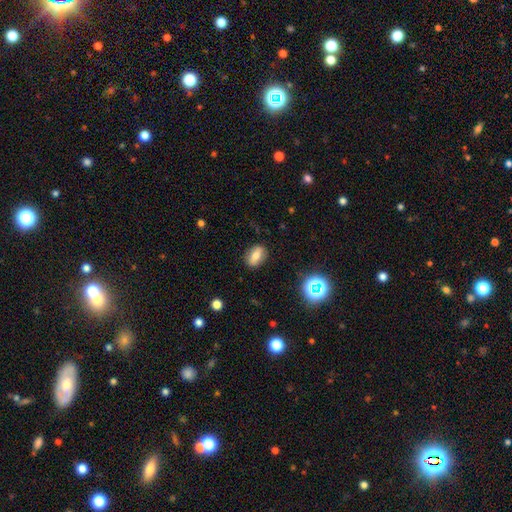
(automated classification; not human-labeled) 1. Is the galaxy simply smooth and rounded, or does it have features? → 68% smooth, 20% featured or disk, 12% star or artifact.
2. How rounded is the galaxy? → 79% in between, 16% round, 5% cigar-shaped.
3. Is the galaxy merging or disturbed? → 85% none, 10% minor disturbance, 3% major disturbance, 1% merger.